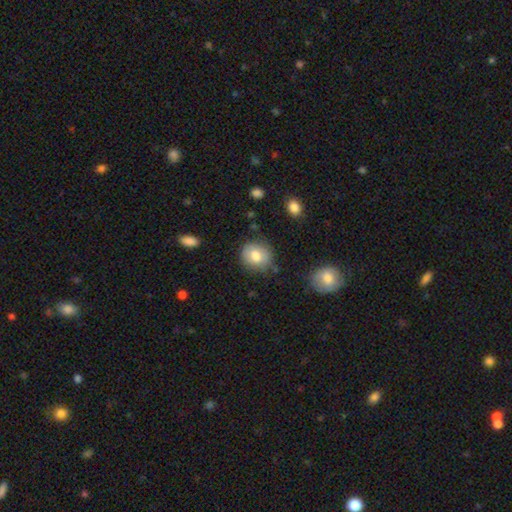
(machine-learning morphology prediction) Q: Smooth or featured?
A: smooth (77%); runner-up: featured or disk (15%)
Q: How rounded?
A: round (75%); runner-up: in between (24%)
Q: Merging?
A: none (77%); runner-up: minor disturbance (16%)